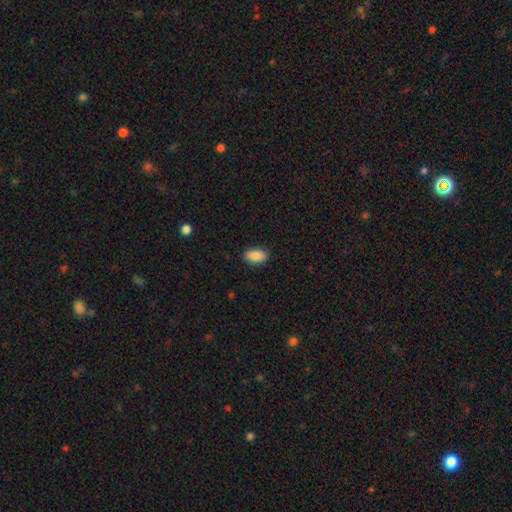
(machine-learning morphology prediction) Smooth or featured? smooth (88%)
How rounded? in between (92%)
Merging? none (82%)